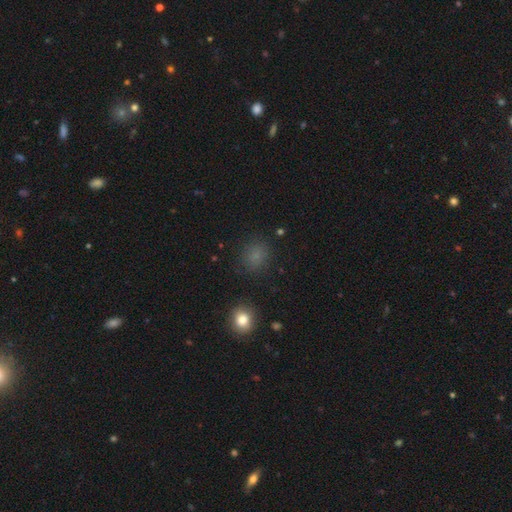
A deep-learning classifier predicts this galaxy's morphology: Q: Smooth or featured?
A: smooth (74%); runner-up: star or artifact (20%)
Q: How rounded?
A: round (76%); runner-up: in between (23%)
Q: Merging?
A: none (85%); runner-up: minor disturbance (10%)